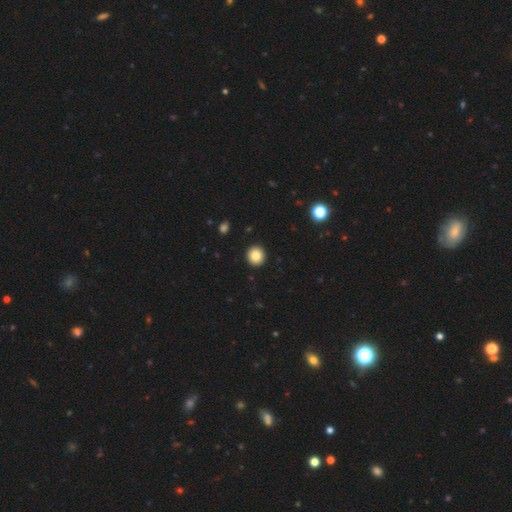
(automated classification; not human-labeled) This is clearly a smooth galaxy (85%). How rounded: clearly round (94%). Merging: clearly none (94%).